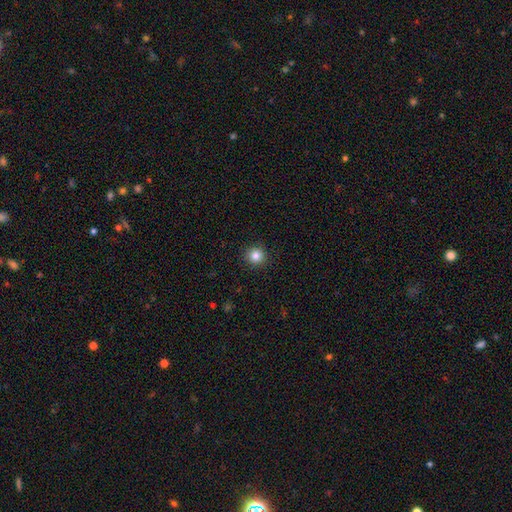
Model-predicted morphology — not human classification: A smooth galaxy with no disk features (83%) that is round (94%). Merging: none (92%).